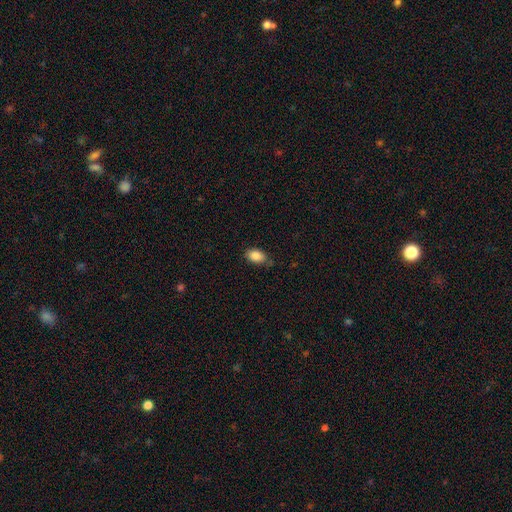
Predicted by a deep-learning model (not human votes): Smooth or featured? smooth (87%)
How rounded? in between (87%)
Merging? none (73%)